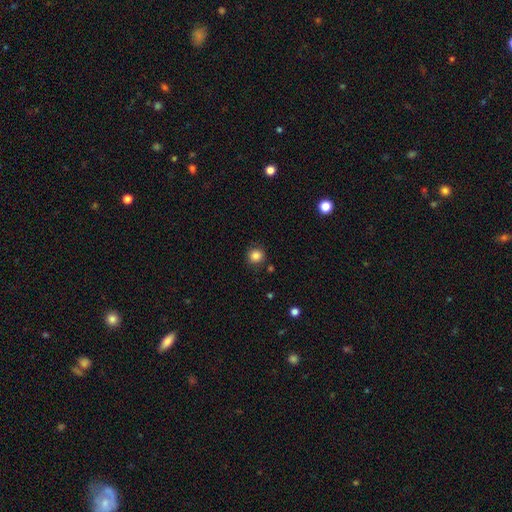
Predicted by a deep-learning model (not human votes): Smooth or featured? smooth (85%)
How rounded? round (91%)
Merging? none (85%)